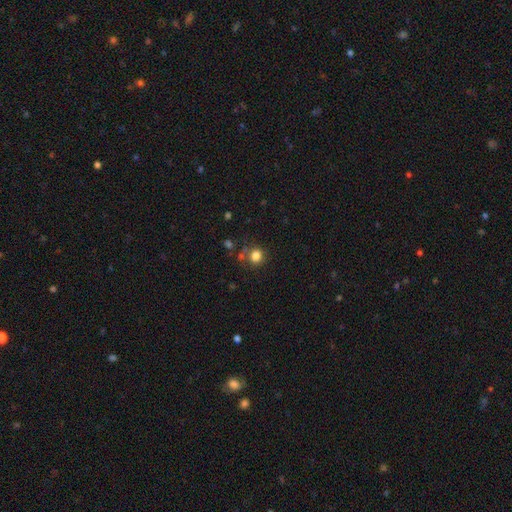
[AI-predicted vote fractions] Q: Smooth or featured?
A: smooth (81%); runner-up: star or artifact (13%)
Q: How rounded?
A: round (83%); runner-up: in between (16%)
Q: Merging?
A: none (72%); runner-up: minor disturbance (13%)